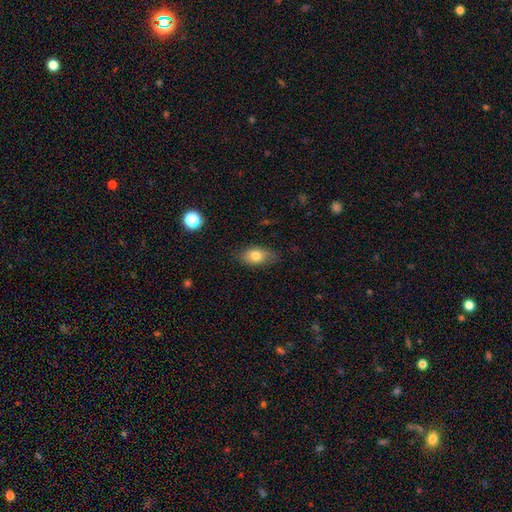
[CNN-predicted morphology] The model was most divided on "merging": none: 76%, minor disturbance: 19%, major disturbance: 4%, merger: 1%. More confident: how rounded — in between (86%); smooth or featured — smooth (77%).